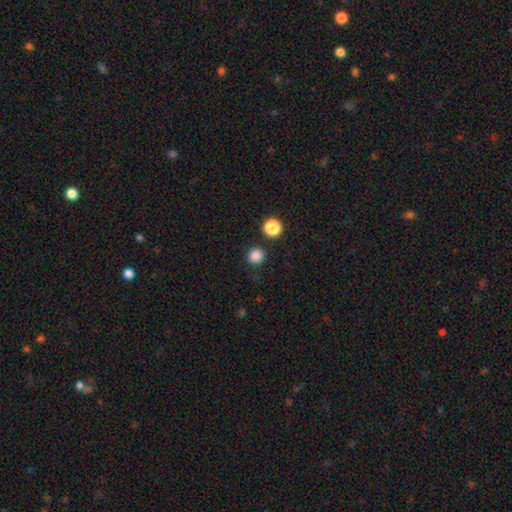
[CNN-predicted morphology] A smooth galaxy with no disk features (84%) that is round (93%).

Vote fractions:
- Smooth or featured? smooth: 84% / star or artifact: 13% / featured or disk: 3%
- How rounded? round: 93% / in between: 6% / cigar-shaped: 1%
- Merging? none: 87% / minor disturbance: 7% / merger: 3% / major disturbance: 3%